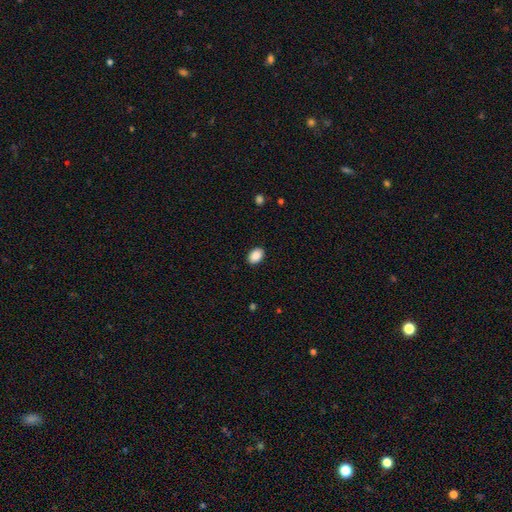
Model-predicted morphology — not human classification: Smooth or featured?
  - smooth: 90% *
  - star or artifact: 7%
  - featured or disk: 2%
How rounded?
  - in between: 82% *
  - round: 17%
  - cigar-shaped: 1%
Merging?
  - none: 90% *
  - minor disturbance: 8%
  - major disturbance: 2%
  - merger: 1%